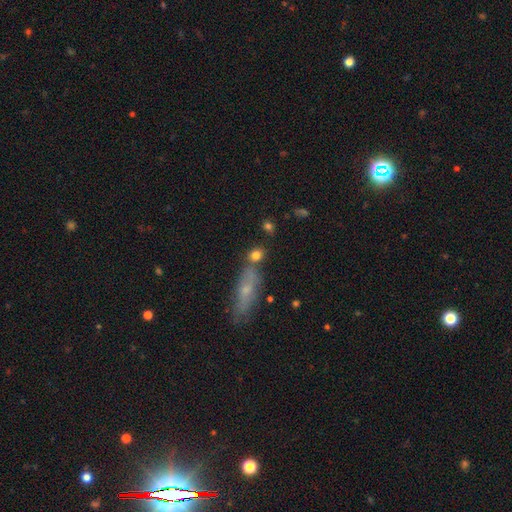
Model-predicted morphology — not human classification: Q: Smooth or featured?
A: smooth (80%); runner-up: star or artifact (10%)
Q: How rounded?
A: round (54%); runner-up: in between (39%)
Q: Merging?
A: none (65%); runner-up: merger (18%)